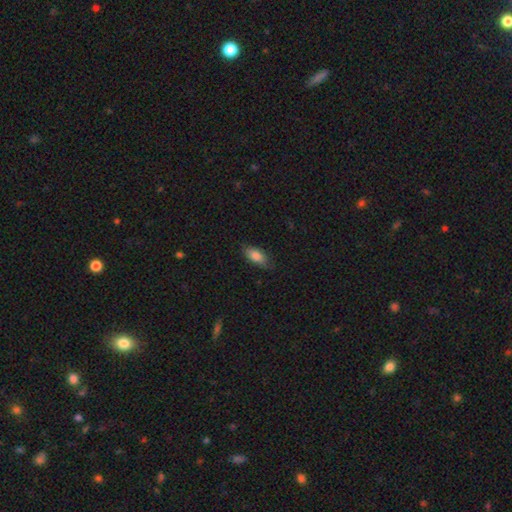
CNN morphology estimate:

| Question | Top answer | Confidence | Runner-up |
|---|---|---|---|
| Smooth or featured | smooth | 83% | featured or disk (10%) |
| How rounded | in between | 86% | cigar-shaped (12%) |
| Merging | none | 81% | minor disturbance (15%) |